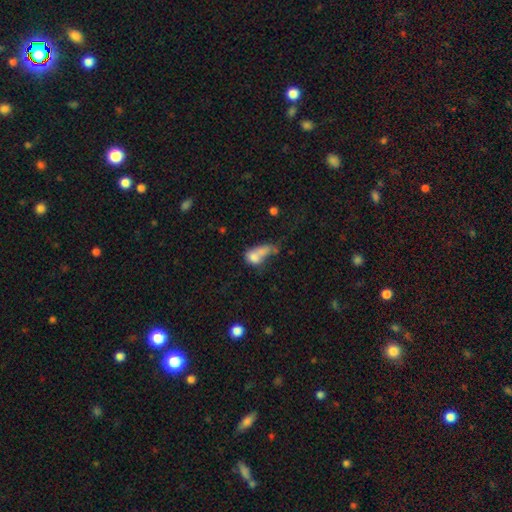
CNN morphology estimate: Overall: smooth (70%). How rounded: in between (66%; round 28%). Merging: merger (49%; major disturbance 21%).